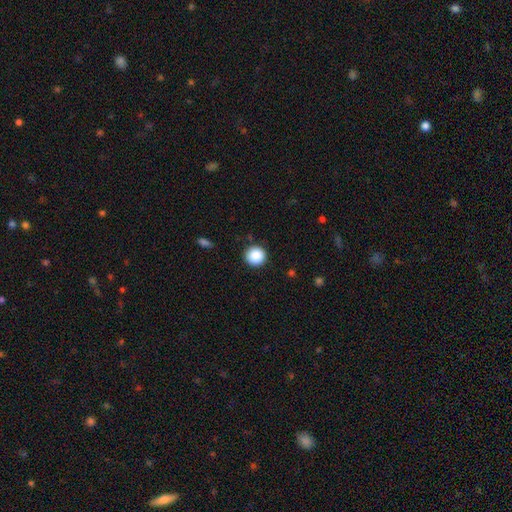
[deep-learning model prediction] smooth_or_featured: smooth (p=0.88) [alt: star or artifact p=0.09]
how_rounded: round (p=0.95) [alt: in between p=0.04]
merging: none (p=0.90) [alt: minor disturbance p=0.06]